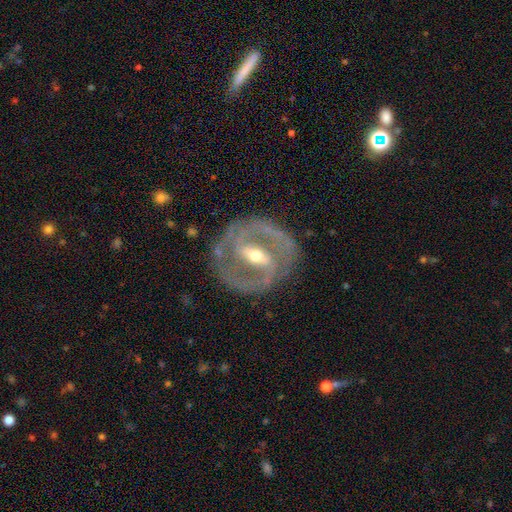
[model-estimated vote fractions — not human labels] Smooth or featured: featured or disk — 90% (smooth — 5%)
Edge-on disk: no — 96% (yes — 4%)
Bar: strong — 60% (weak — 31%)
Spiral arms: yes — 94% (no — 6%)
Spiral winding: medium — 48% (tight — 43%)
Spiral arm count: 2 — 89% (can't tell — 4%)
Bulge size: moderate — 56% (small — 39%)
Merging: none — 82% (minor disturbance — 12%)